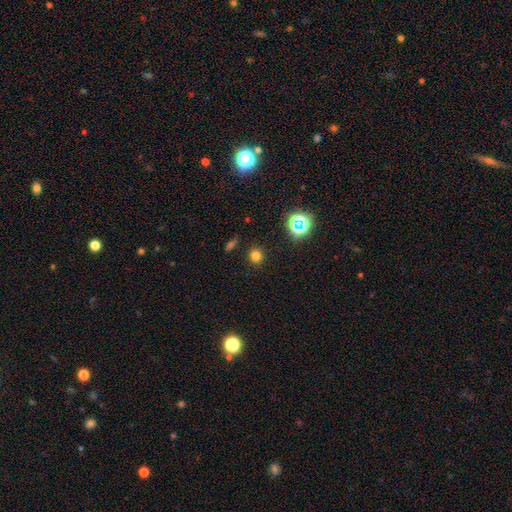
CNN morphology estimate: The model was most divided on "smooth or featured": smooth: 75%, star or artifact: 20%, featured or disk: 5%. More confident: merging — none (88%); how rounded — round (85%).